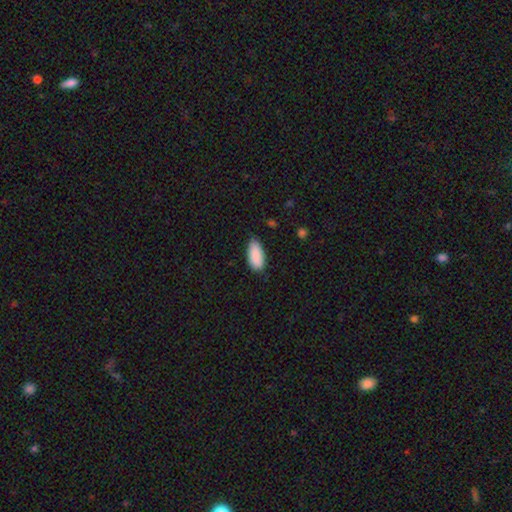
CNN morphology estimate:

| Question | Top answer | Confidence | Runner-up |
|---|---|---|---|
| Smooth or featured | smooth | 89% | star or artifact (6%) |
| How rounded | in between | 90% | cigar-shaped (8%) |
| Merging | none | 78% | minor disturbance (18%) |